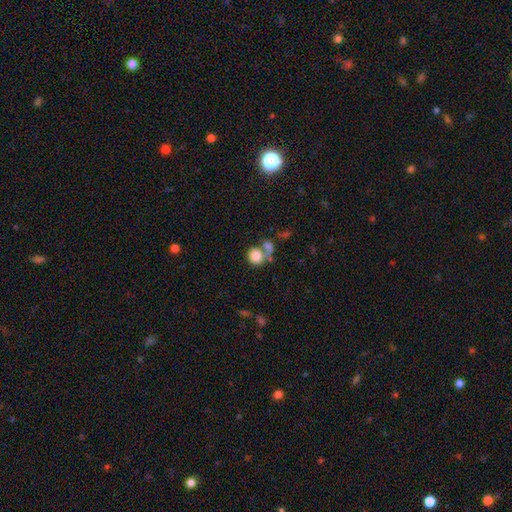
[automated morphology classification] A smooth galaxy with no disk features (80%) that is round (78%). Merging: none (42%).